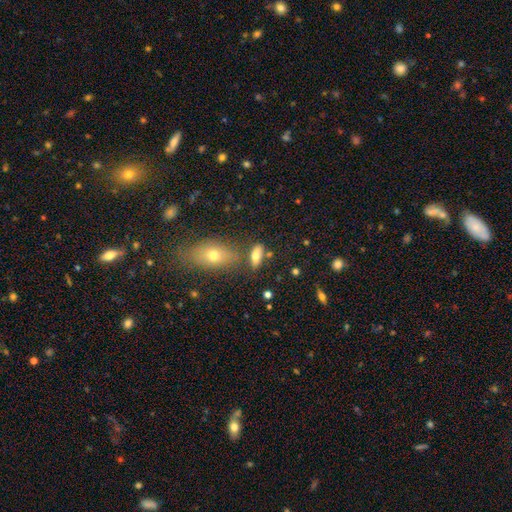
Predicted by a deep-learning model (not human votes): smooth 70%, featured or disk 18%, star or artifact 11%. Down the decision tree: how rounded — in between (79%); merging — none (66%).